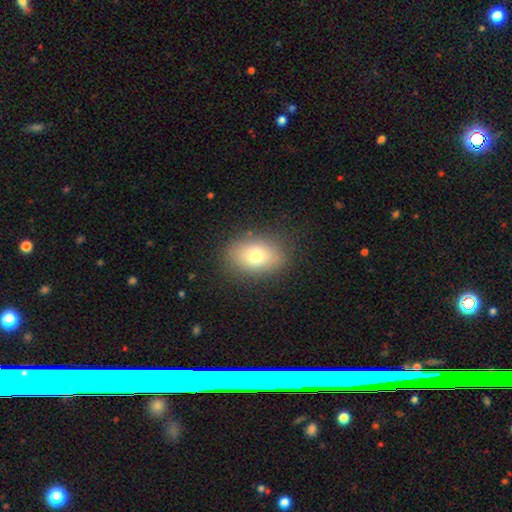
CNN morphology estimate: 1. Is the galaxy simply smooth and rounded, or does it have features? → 76% smooth, 15% featured or disk, 10% star or artifact.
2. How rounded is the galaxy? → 80% in between, 19% round, 1% cigar-shaped.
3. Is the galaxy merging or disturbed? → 85% none, 10% minor disturbance, 3% major disturbance, 1% merger.